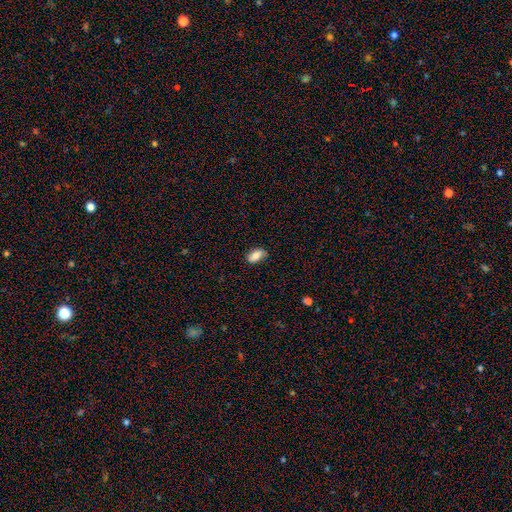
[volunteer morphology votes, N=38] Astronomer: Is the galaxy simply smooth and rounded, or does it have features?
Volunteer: smooth — 87%.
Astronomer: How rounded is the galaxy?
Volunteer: in between — 91%.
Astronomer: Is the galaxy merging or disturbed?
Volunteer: none — 86%.